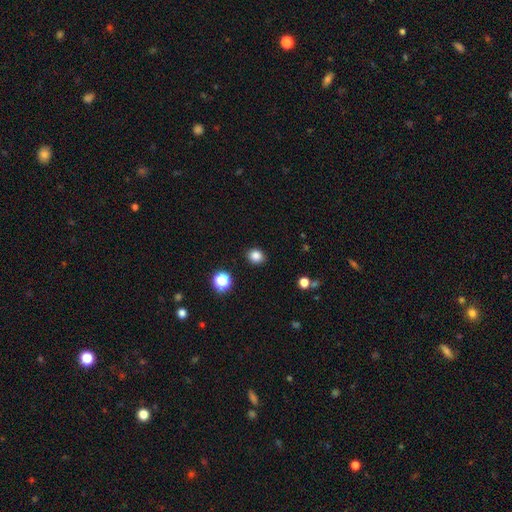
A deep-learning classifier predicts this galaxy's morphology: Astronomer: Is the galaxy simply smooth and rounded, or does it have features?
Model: smooth — 83%.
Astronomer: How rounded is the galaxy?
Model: round — 73%.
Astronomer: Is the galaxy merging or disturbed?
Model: none — 90%.